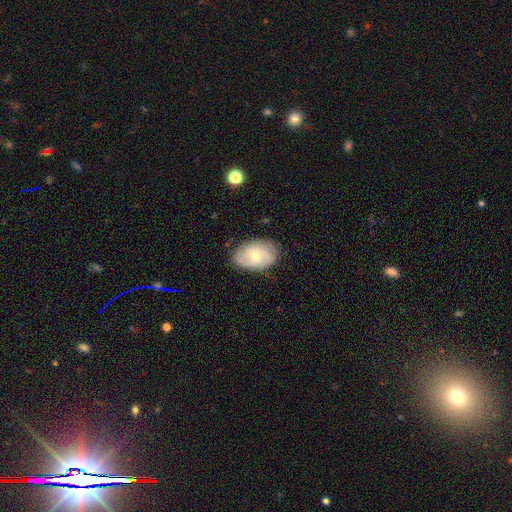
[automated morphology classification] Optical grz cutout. It shows a featured or disk galaxy (49%). Merging: none (77%).